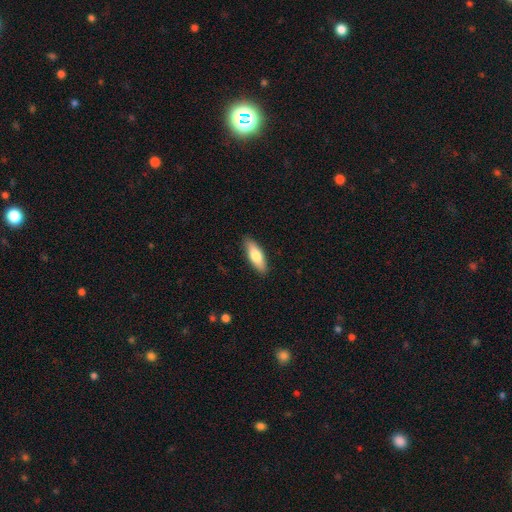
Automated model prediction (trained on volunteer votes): A smooth galaxy with no disk features (74%) that is in between round and cigar-shaped (59%).

Vote fractions:
- Smooth or featured? smooth: 74% / featured or disk: 20% / star or artifact: 6%
- How rounded? in between: 59% / cigar-shaped: 39% / round: 2%
- Merging? none: 89% / minor disturbance: 9% / major disturbance: 2% / merger: 1%